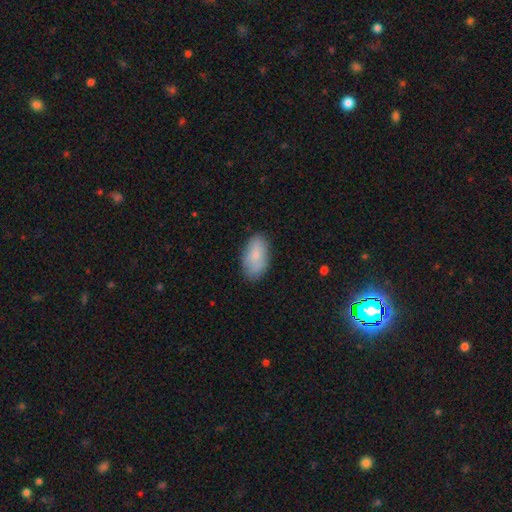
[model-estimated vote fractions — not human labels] Smooth or featured? smooth (80%)
How rounded? in between (94%)
Merging? none (79%)